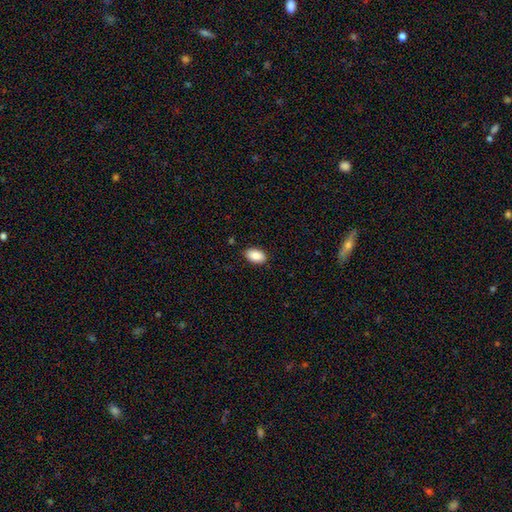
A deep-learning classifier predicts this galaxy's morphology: Smooth or featured: smooth — 87% (star or artifact — 7%)
How rounded: in between — 92% (round — 7%)
Merging: none — 87% (minor disturbance — 10%)